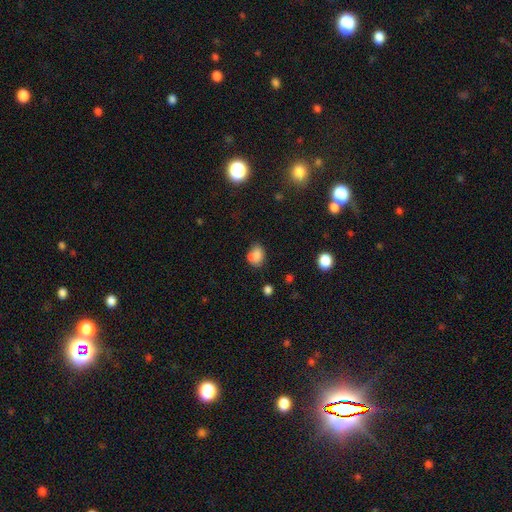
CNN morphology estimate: Smooth or featured? smooth (80%)
How rounded? in between (60%)
Merging? none (55%)